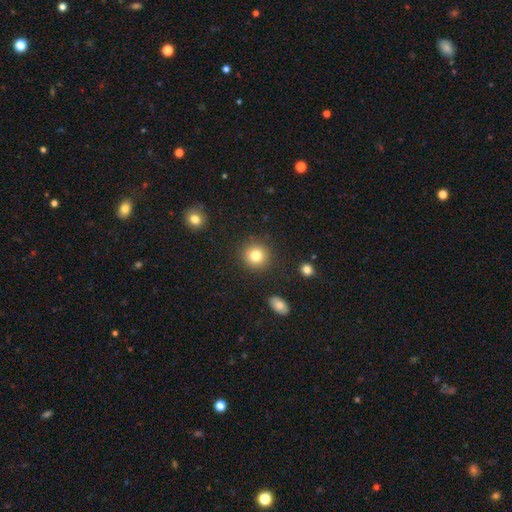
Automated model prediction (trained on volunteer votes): Overall: smooth (81%). How rounded: round (91%). Merging: none (89%).